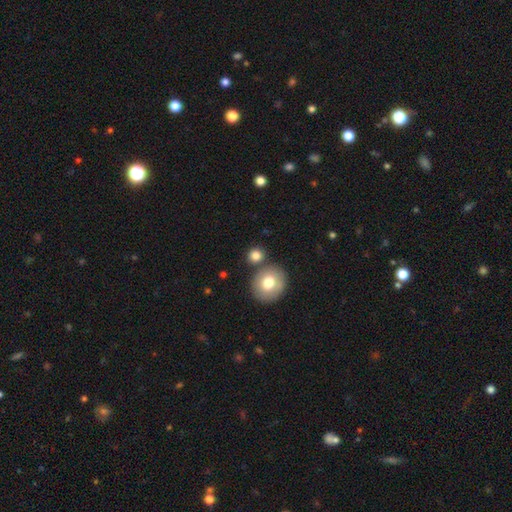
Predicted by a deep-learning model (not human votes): The model was most divided on "merging": none: 72%, merger: 16%, minor disturbance: 9%, major disturbance: 3%. More confident: how rounded — round (83%); smooth or featured — smooth (81%).